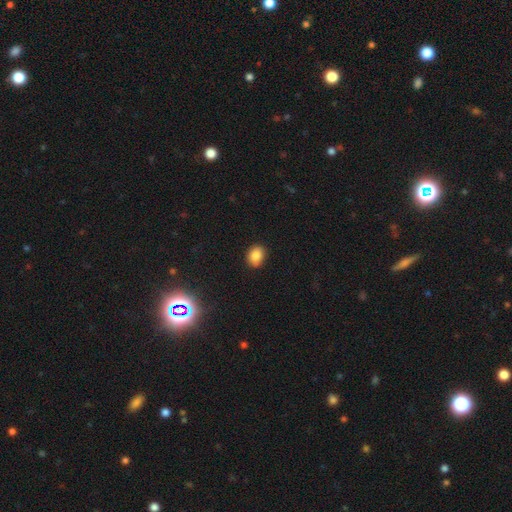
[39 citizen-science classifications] smooth-or-featured: smooth: 90% | featured or disk: 5% | star or artifact: 5%
  how-rounded: round: 51% | in between: 49% | cigar-shaped: 0%
  merging: none: 86% | minor disturbance: 14% | major disturbance: 0% | merger: 0%